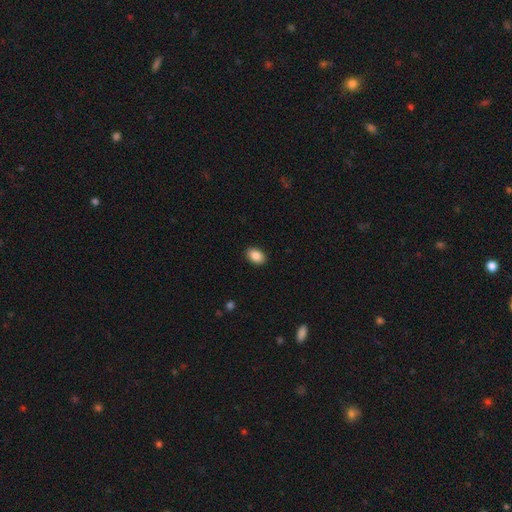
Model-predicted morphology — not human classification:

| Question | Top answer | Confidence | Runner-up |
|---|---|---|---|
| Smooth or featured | smooth | 88% | star or artifact (8%) |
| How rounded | in between | 84% | round (15%) |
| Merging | none | 90% | minor disturbance (7%) |